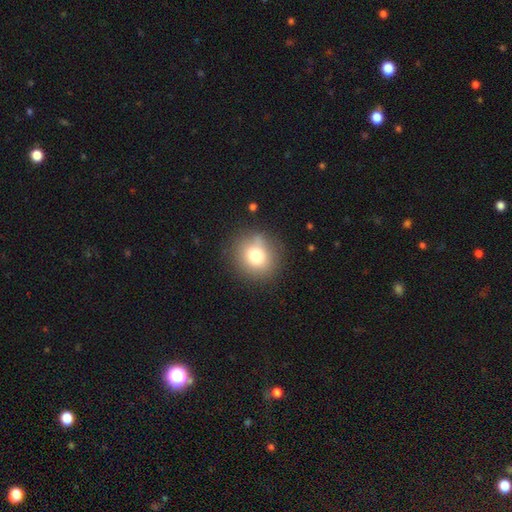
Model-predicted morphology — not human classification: This appears to be a smooth galaxy with no disk features (76%) that is round (86%). Merging: none (82%).